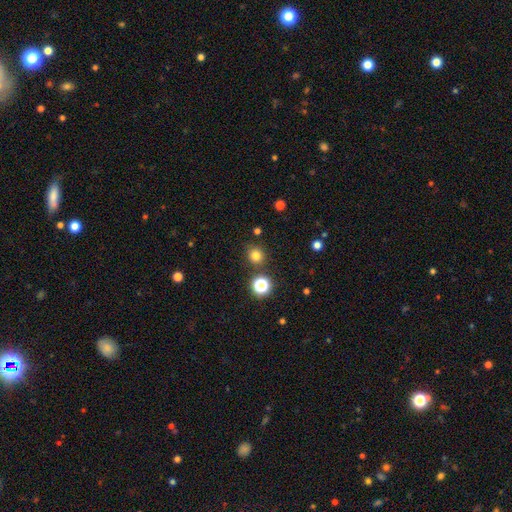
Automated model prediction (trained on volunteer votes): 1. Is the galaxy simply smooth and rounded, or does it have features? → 78% smooth, 17% star or artifact, 6% featured or disk.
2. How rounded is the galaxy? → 89% round, 10% in between, 1% cigar-shaped.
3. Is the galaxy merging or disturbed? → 84% none, 8% minor disturbance, 4% merger, 3% major disturbance.